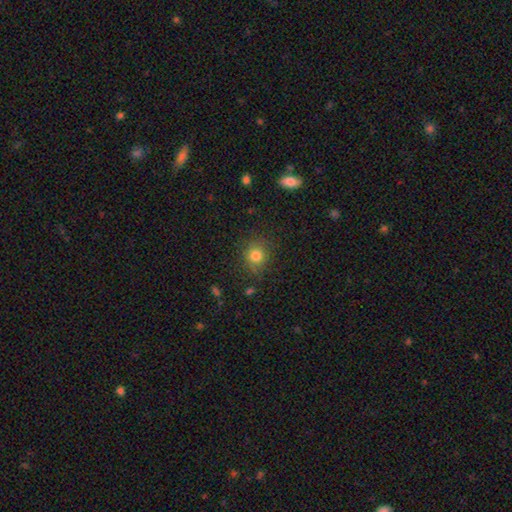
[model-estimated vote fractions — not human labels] smooth-or-featured: smooth: 80% | star or artifact: 13% | featured or disk: 6%
  how-rounded: round: 87% | in between: 12% | cigar-shaped: 1%
  merging: none: 82% | minor disturbance: 12% | major disturbance: 4% | merger: 2%